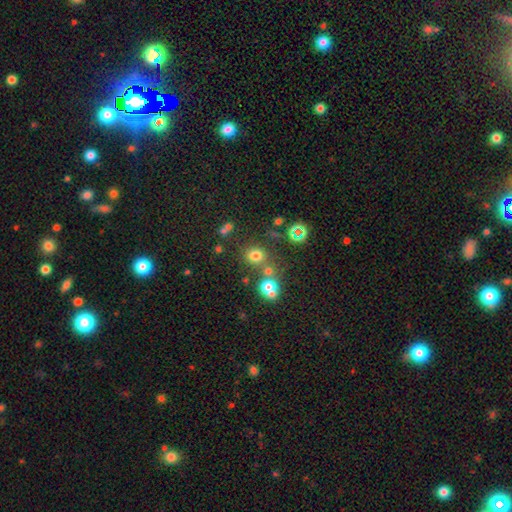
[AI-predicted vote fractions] smooth-or-featured: smooth: 67% | star or artifact: 23% | featured or disk: 10%
  how-rounded: round: 70% | in between: 29% | cigar-shaped: 1%
  merging: none: 64% | merger: 19% | minor disturbance: 11% | major disturbance: 6%